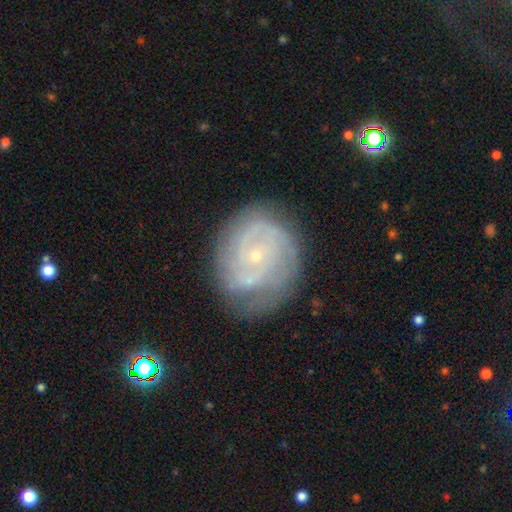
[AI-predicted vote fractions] Smooth or featured: featured or disk — 81% (smooth — 12%)
Edge-on disk: no — 98% (yes — 2%)
Bar: no — 71% (weak — 24%)
Spiral arms: yes — 92% (no — 8%)
Spiral winding: tight — 64% (medium — 29%)
Spiral arm count: can't tell — 31% (tied with 2 — 31%)
Bulge size: small — 85% (moderate — 11%)
Merging: none — 69% (minor disturbance — 21%)